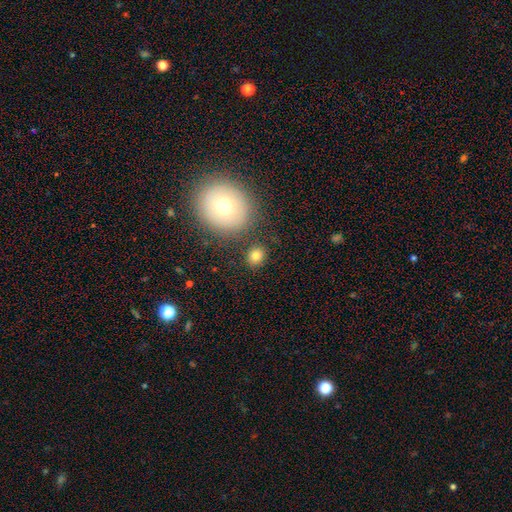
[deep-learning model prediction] Smooth or featured?
  - smooth: 79% *
  - star or artifact: 11%
  - featured or disk: 10%
How rounded?
  - round: 66% *
  - in between: 33%
  - cigar-shaped: 1%
Merging?
  - none: 80% *
  - minor disturbance: 9%
  - merger: 7%
  - major disturbance: 3%